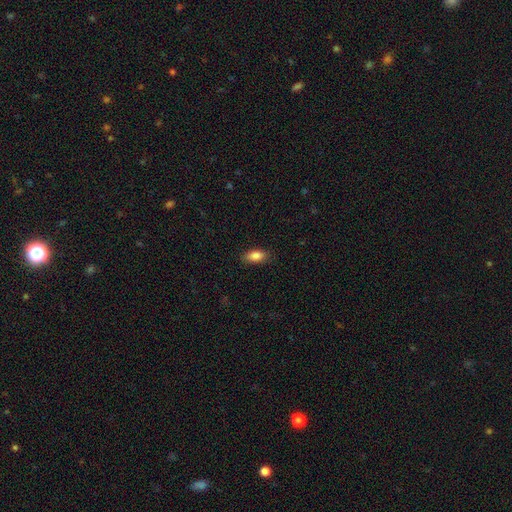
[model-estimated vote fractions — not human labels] Morphology: type=smooth (86%); roundness=in between (87%); merging=none (86%).